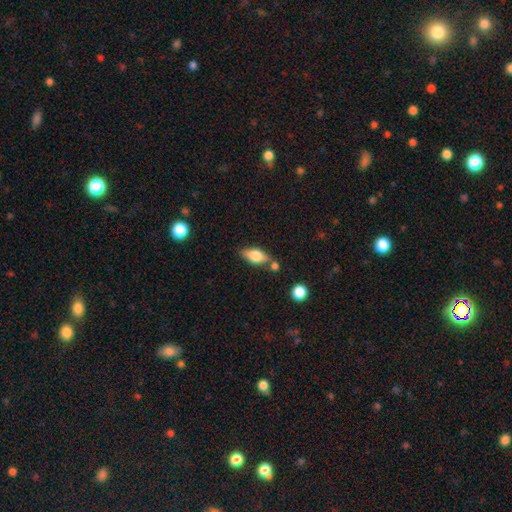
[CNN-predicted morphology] This appears to be a smooth galaxy with no disk features (67%) that is in between round and cigar-shaped (82%). Merging: none (66%).